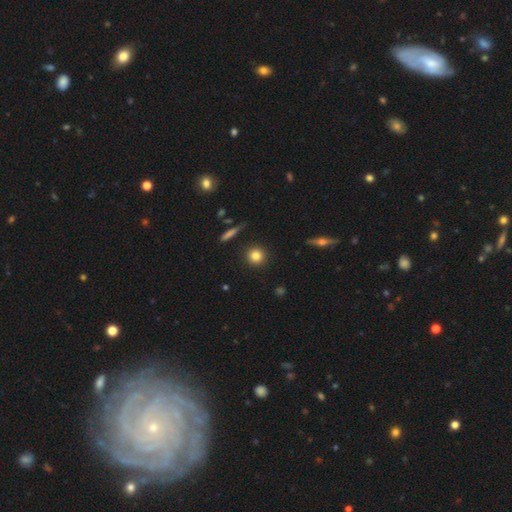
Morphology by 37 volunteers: Smooth or featured? smooth (92%)
How rounded? round (91%)
Merging? none (100%)